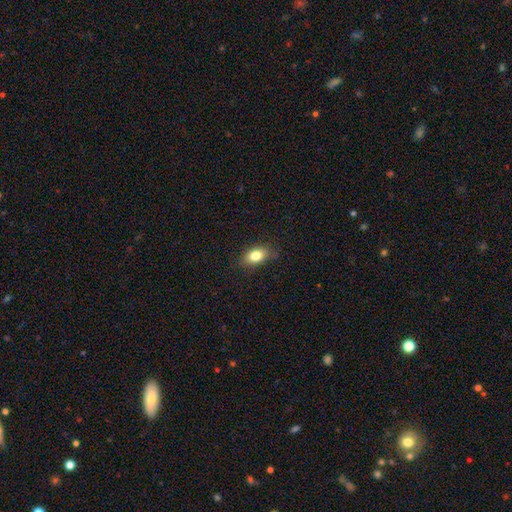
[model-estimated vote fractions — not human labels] Morphology: type=smooth (81%); roundness=in between (86%); merging=none (82%).